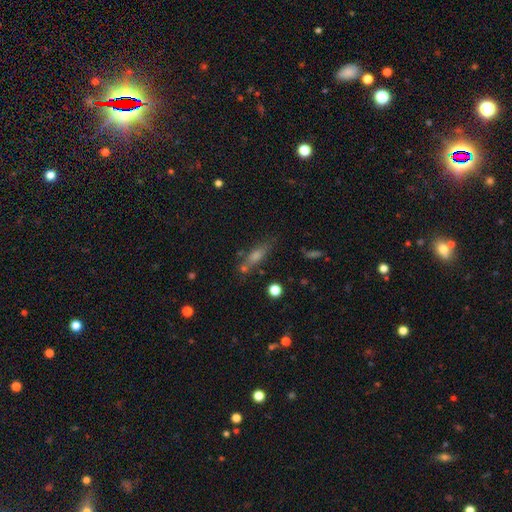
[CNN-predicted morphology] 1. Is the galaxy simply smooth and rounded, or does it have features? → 53% smooth, 28% featured or disk, 19% star or artifact.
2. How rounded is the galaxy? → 54% cigar-shaped, 40% in between, 6% round.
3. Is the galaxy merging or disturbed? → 69% none, 15% minor disturbance, 10% merger, 6% major disturbance.